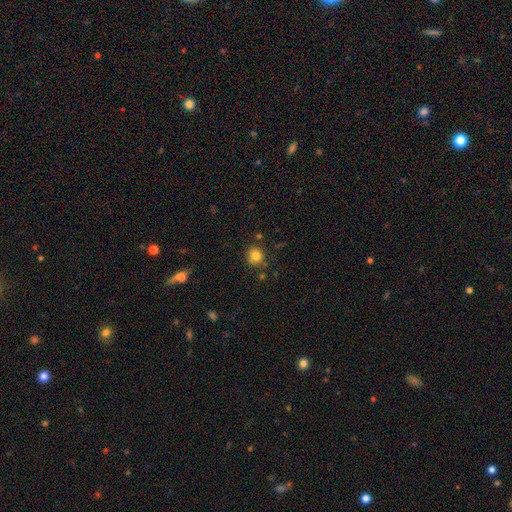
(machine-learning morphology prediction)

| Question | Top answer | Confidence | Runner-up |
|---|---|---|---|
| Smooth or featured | smooth | 80% | star or artifact (12%) |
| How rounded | round | 86% | in between (13%) |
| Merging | none | 81% | minor disturbance (11%) |